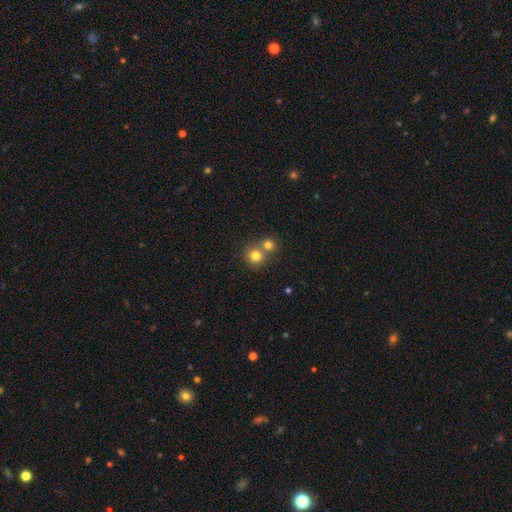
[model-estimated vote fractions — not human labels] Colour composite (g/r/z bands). It shows a smooth galaxy with no disk features (78%) that is round (88%). Merging: none (47%).